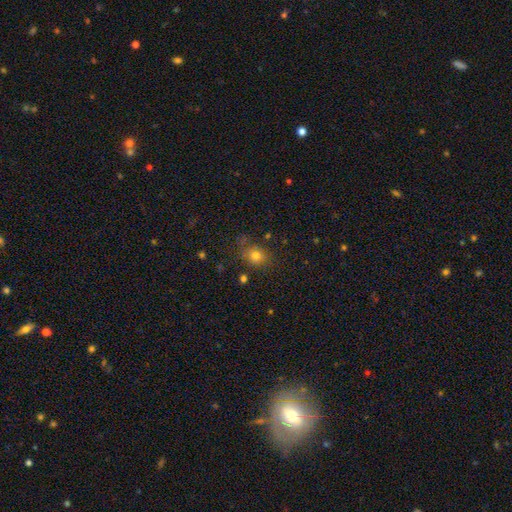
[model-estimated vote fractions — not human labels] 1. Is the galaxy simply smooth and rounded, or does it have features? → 76% smooth, 15% star or artifact, 9% featured or disk.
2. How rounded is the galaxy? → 59% round, 40% in between, 1% cigar-shaped.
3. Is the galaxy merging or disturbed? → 73% none, 17% minor disturbance, 6% major disturbance, 4% merger.